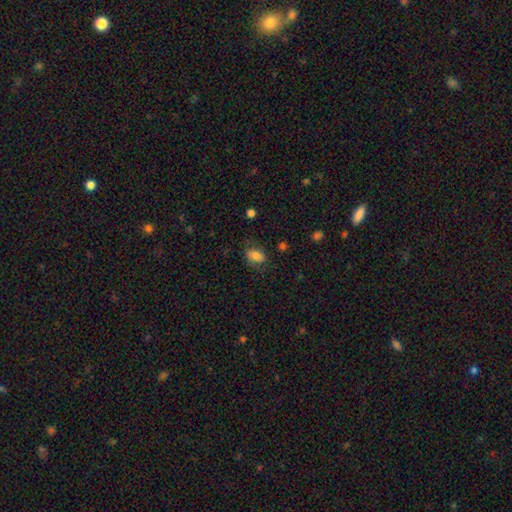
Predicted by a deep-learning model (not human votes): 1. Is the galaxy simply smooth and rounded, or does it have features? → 75% smooth, 16% featured or disk, 9% star or artifact.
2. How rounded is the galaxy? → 82% in between, 16% round, 2% cigar-shaped.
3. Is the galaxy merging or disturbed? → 66% none, 22% minor disturbance, 11% major disturbance, 2% merger.